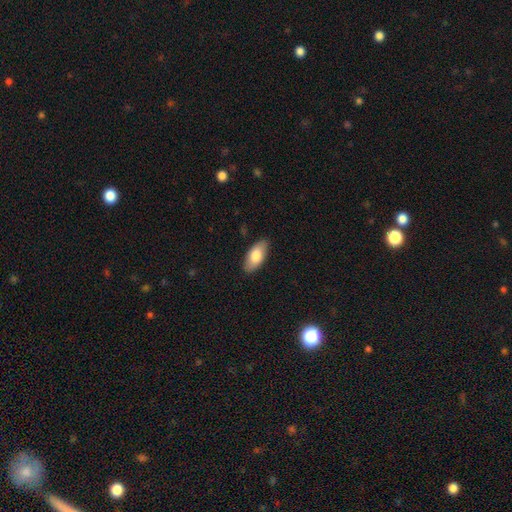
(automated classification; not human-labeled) This appears to be a smooth galaxy with no disk features (78%) that is in between round and cigar-shaped (90%). Merging: none (88%).